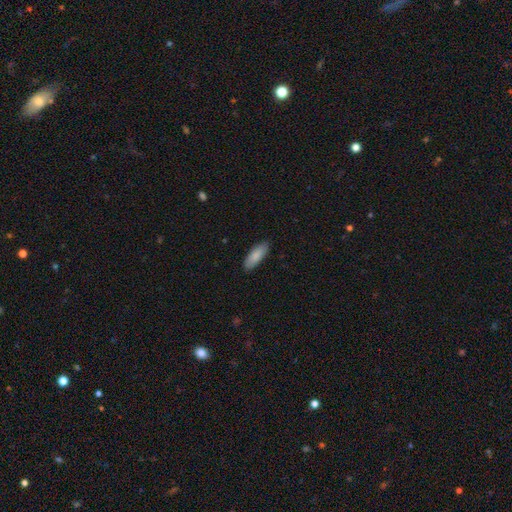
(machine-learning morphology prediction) Smooth or featured? smooth (87%)
How rounded? in between (68%)
Merging? none (87%)